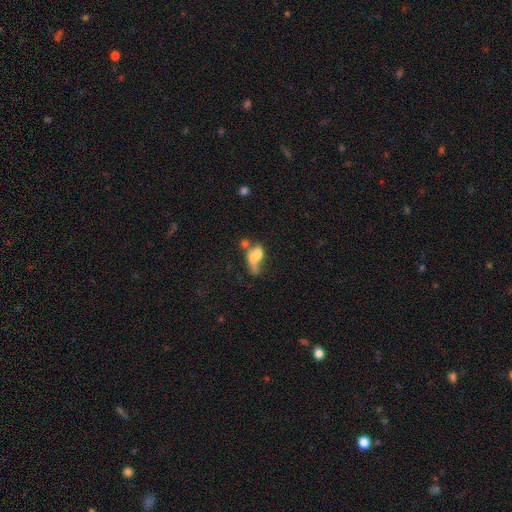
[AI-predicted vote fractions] A smooth galaxy with no disk features (51%) that is in between round and cigar-shaped (65%).

Vote fractions:
- Smooth or featured? smooth: 51% / featured or disk: 37% / star or artifact: 12%
- How rounded? in between: 65% / cigar-shaped: 18% / round: 17%
- Merging? merger: 50% / major disturbance: 21% / none: 18% / minor disturbance: 11%